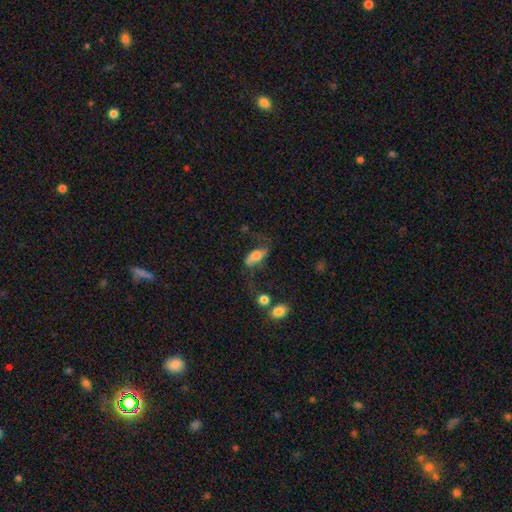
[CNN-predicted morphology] A featured or disk galaxy (49%). Merging: none (46%).